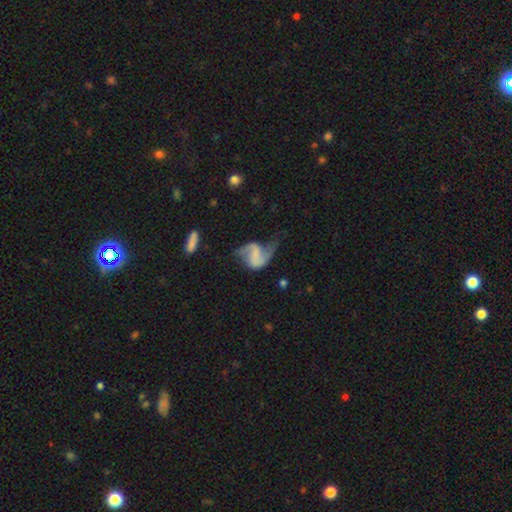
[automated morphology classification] Smooth or featured? featured or disk (79%)
Edge-on disk? no (98%)
Bar? weak (40%)
Spiral arms? yes (93%)
Spiral winding? loose (66%)
Spiral arm count? 2 (86%)
Bulge size? none (63%)
Merging? none (49%)